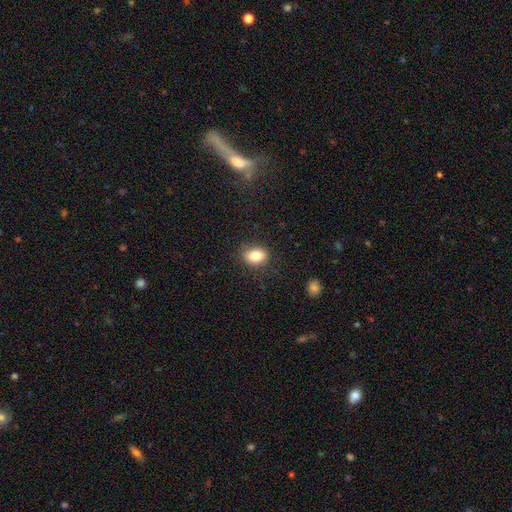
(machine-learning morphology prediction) smooth 83%, star or artifact 9%, featured or disk 8%. Down the decision tree: how rounded — in between (70%); merging — none (85%).